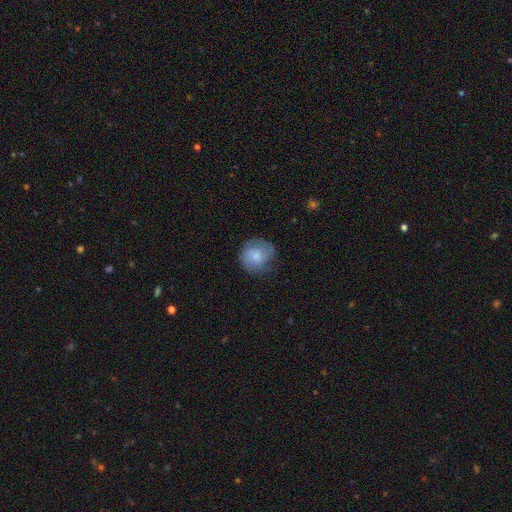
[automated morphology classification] A smooth galaxy with no disk features (64%) that is round (85%). Merging: none (70%).